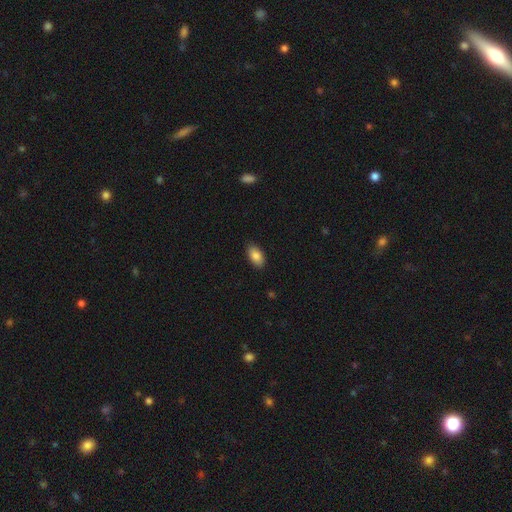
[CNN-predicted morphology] The model was most divided on "merging": none: 87%, minor disturbance: 10%, major disturbance: 2%, merger: 1%. More confident: how rounded — in between (93%); smooth or featured — smooth (86%).